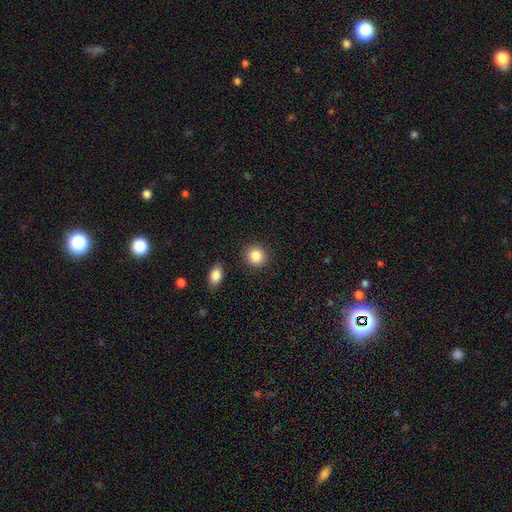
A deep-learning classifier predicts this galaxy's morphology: A smooth galaxy with no disk features (86%) that is round (88%). Merging: none (88%).